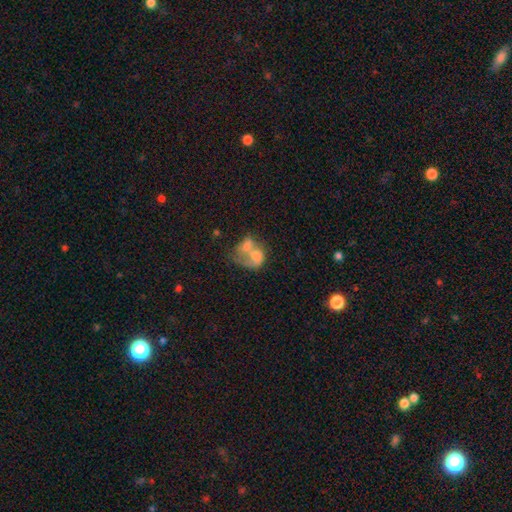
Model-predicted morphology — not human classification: Overall: smooth (51%; featured or disk 41%). How rounded: in between (60%; round 38%). Merging: merger (67%).